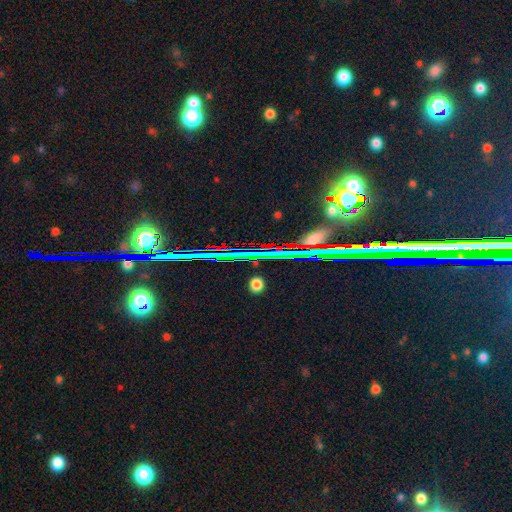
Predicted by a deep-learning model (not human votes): Smooth or featured?
  - star or artifact: 81% *
  - featured or disk: 10%
  - smooth: 9%